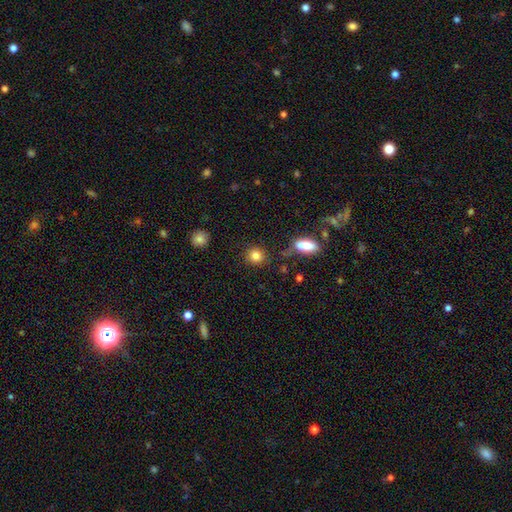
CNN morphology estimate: type=smooth (84%); roundness=round (87%); merging=none (84%).